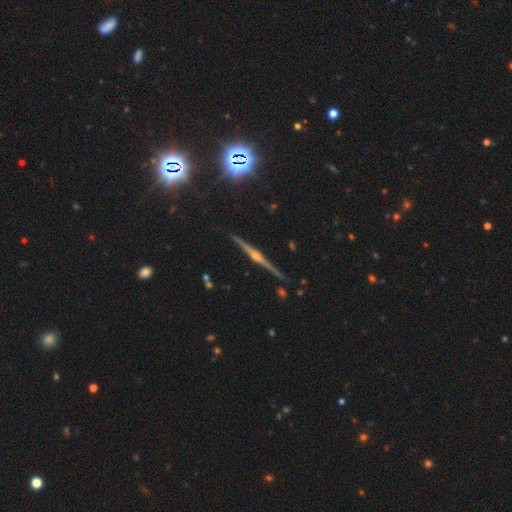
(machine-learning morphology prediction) Overall: featured or disk (84%). Edge-on disk: yes (98%). Edge-on bulge: rounded (91%). Merging: none (91%).